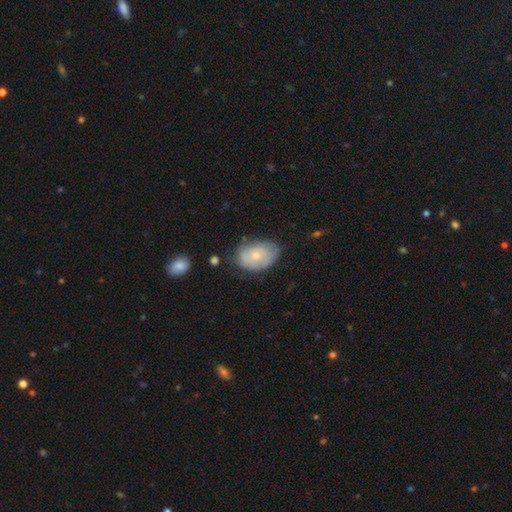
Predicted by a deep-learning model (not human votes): Overall: smooth (59%; featured or disk 35%). How rounded: in between (83%). Merging: none (65%; minor disturbance 26%).